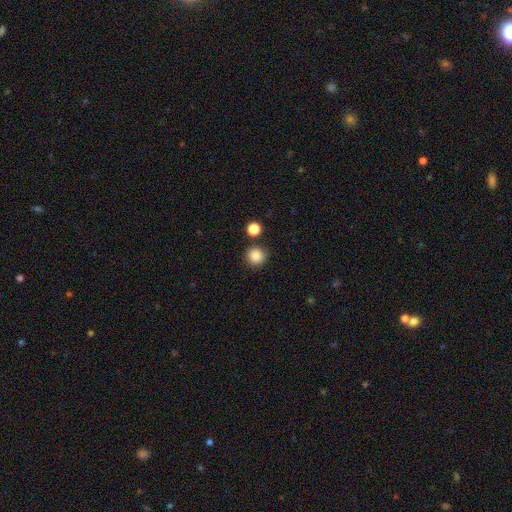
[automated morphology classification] This appears to be a smooth galaxy with no disk features (86%) that is round (93%). Merging: none (84%).